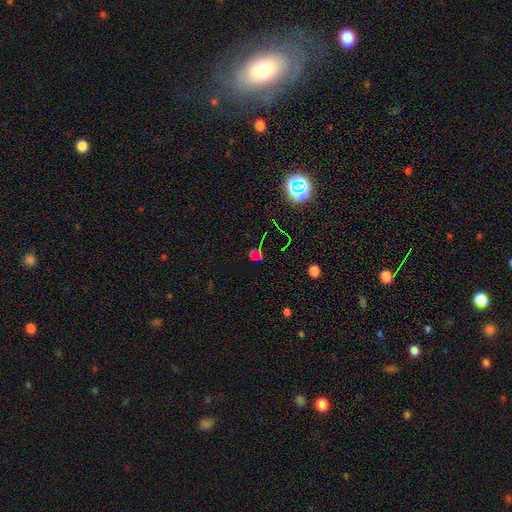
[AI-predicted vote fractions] A star or artifact, not a galaxy (48%).